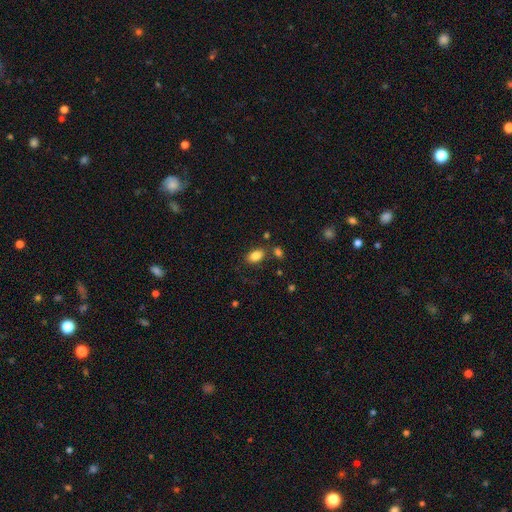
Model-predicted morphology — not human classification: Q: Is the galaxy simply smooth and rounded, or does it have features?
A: smooth — 85%.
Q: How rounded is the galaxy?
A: in between — 90%.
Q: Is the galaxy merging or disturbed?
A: none — 76%.